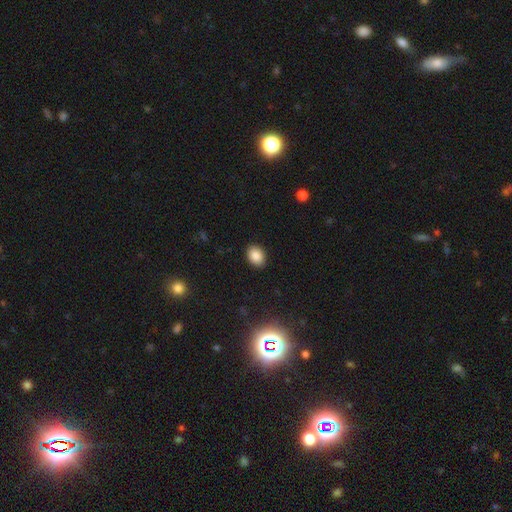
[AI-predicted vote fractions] Smooth or featured? smooth (86%)
How rounded? in between (64%)
Merging? none (90%)